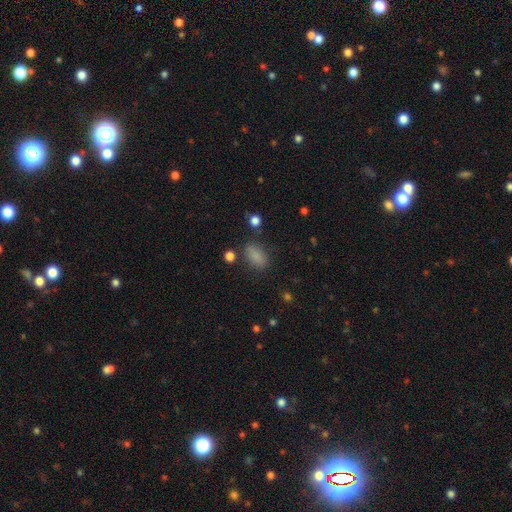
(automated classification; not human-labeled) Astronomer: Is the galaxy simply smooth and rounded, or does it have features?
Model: smooth — 83%.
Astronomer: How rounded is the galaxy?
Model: in between — 87%.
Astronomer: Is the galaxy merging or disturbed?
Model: none — 76%.